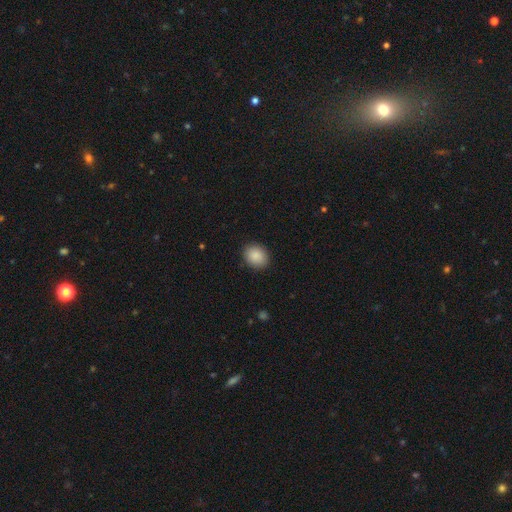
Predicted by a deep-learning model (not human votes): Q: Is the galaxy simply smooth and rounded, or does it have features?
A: smooth — 89%.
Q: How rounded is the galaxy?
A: round — 56%.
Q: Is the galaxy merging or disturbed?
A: none — 89%.